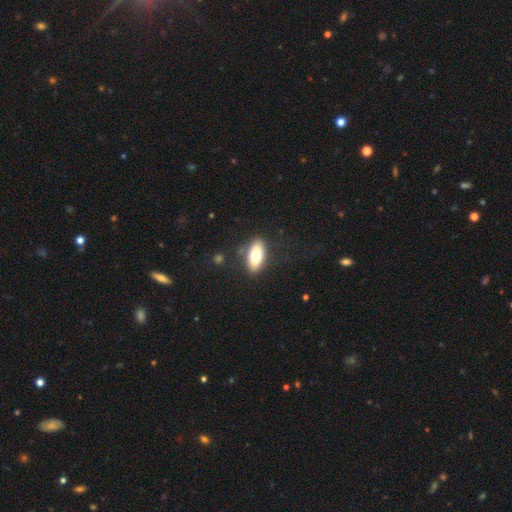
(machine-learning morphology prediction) type=smooth (73%); roundness=in between (84%); merging=none (82%).